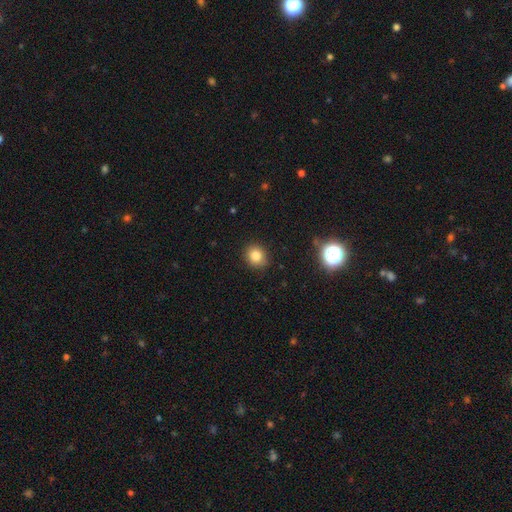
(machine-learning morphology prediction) Q: Smooth or featured?
A: smooth (81%); runner-up: star or artifact (12%)
Q: How rounded?
A: round (77%); runner-up: in between (22%)
Q: Merging?
A: none (87%); runner-up: minor disturbance (10%)